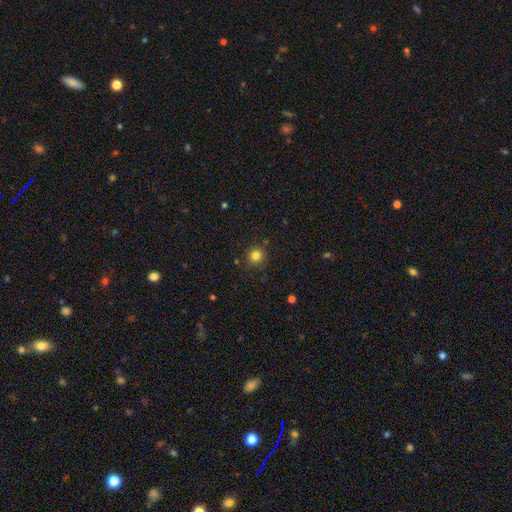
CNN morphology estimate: Smooth or featured? Predicted: smooth (p=0.81). How rounded? Predicted: round (p=0.93). Merging? Predicted: none (p=0.88).